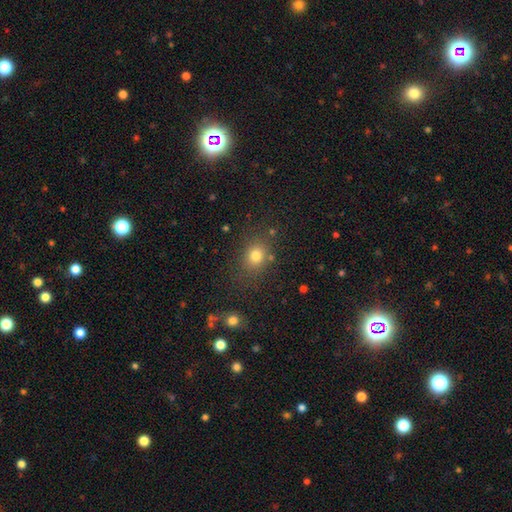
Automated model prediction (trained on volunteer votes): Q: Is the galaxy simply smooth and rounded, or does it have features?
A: smooth — 77%.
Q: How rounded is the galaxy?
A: round — 62%.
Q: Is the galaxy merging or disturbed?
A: none — 77%.